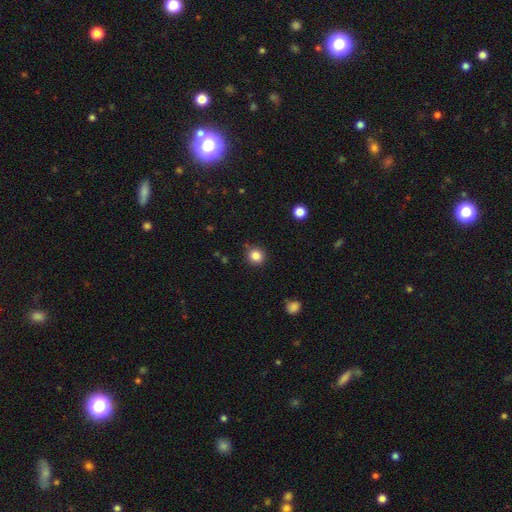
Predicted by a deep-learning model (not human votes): Smooth or featured?
  - smooth: 85% *
  - star or artifact: 11%
  - featured or disk: 4%
How rounded?
  - round: 88% *
  - in between: 11%
  - cigar-shaped: 1%
Merging?
  - none: 87% *
  - minor disturbance: 9%
  - major disturbance: 2%
  - merger: 2%